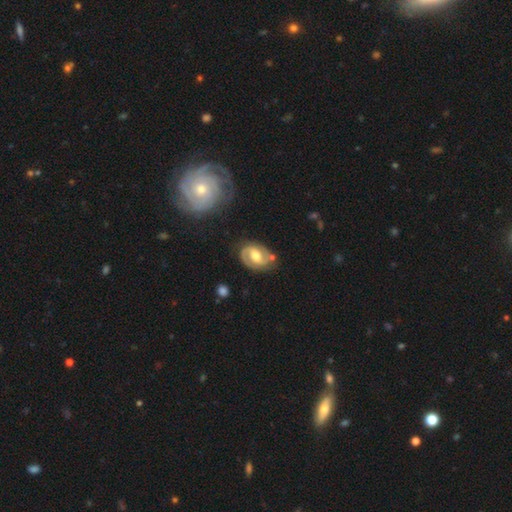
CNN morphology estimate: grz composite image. It shows a featured or disk galaxy (79%) with a weak bar (48%), 2 (85%) medium (50%) spiral arms (92%) and a moderate central bulge (69%). Merging: none (70%).